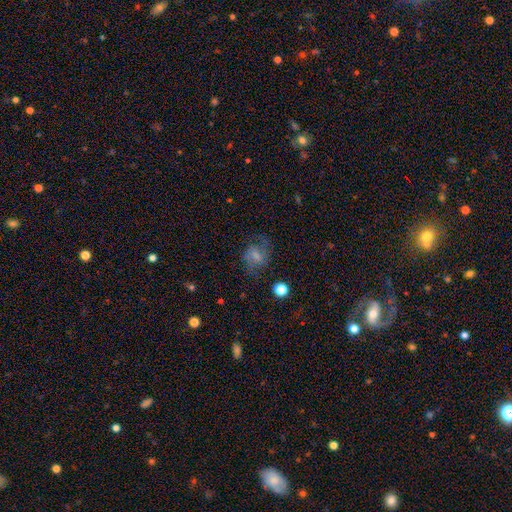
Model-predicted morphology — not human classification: smooth-or-featured: smooth: 51% | featured or disk: 36% | star or artifact: 12%
  how-rounded: in between: 50% | round: 48% | cigar-shaped: 1%
  merging: none: 60% | minor disturbance: 21% | major disturbance: 17% | merger: 2%